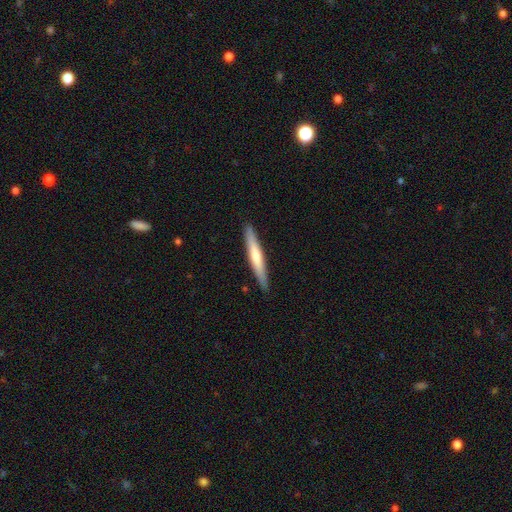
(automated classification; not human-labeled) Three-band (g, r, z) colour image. It shows a smooth galaxy with no disk features (50%) that is cigar-shaped (94%). Merging: none (90%).